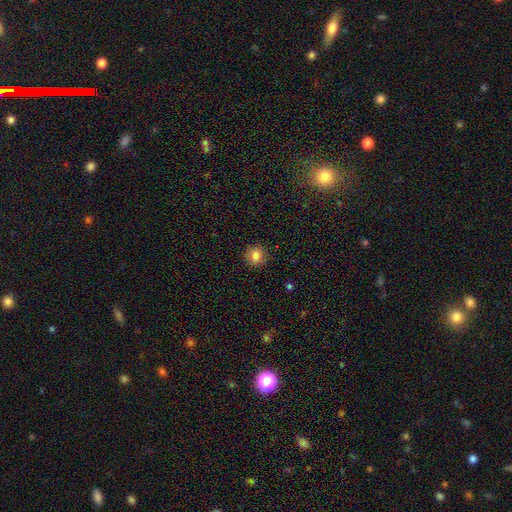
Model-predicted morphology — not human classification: smooth-or-featured: smooth: 83% | star or artifact: 11% | featured or disk: 7%
  how-rounded: round: 86% | in between: 13% | cigar-shaped: 1%
  merging: none: 89% | minor disturbance: 8% | major disturbance: 2% | merger: 1%